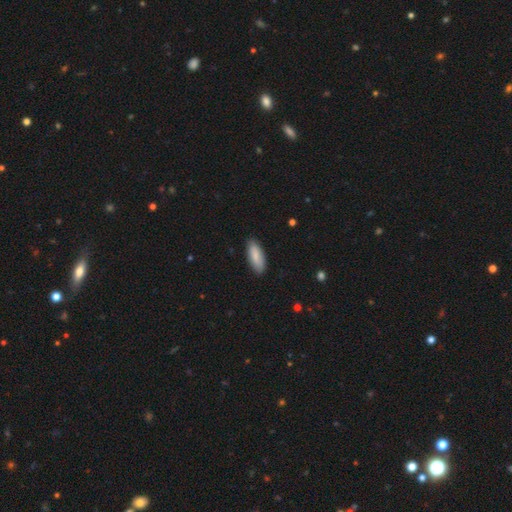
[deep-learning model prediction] This appears to be a smooth galaxy with no disk features (86%) that is in between round and cigar-shaped (74%). Merging: none (87%).